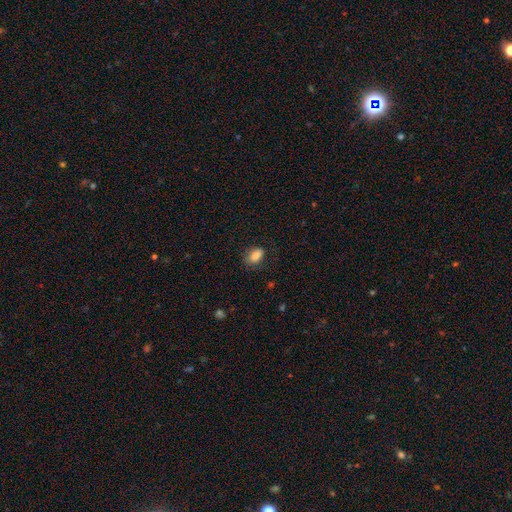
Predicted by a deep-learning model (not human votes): This is clearly a smooth galaxy (86%). How rounded: clearly in between (86%). Merging: likely none (72%).